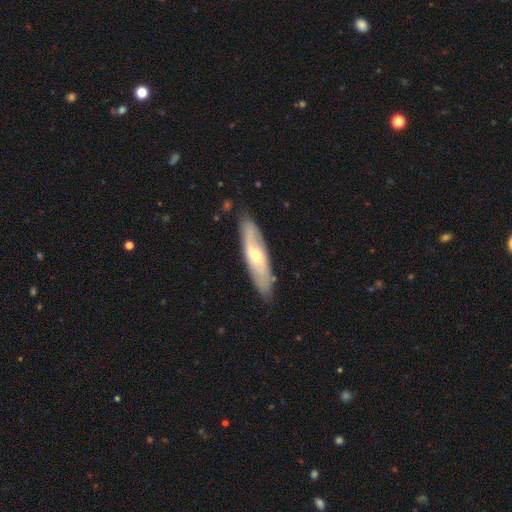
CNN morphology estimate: A featured or disk galaxy (62%).

Vote fractions:
- Smooth or featured? featured or disk: 62% / smooth: 33% / star or artifact: 5%
- Edge-on disk? no: 67% / yes: 33%
- Merging? none: 83% / minor disturbance: 13% / major disturbance: 3% / merger: 2%